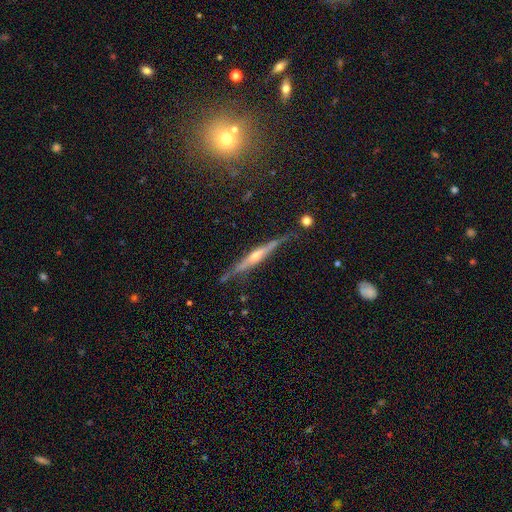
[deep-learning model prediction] Q: Smooth or featured?
A: featured or disk (75%); runner-up: smooth (17%)
Q: Edge-on disk?
A: yes (96%); runner-up: no (4%)
Q: Edge-on bulge?
A: rounded (70%); runner-up: none (19%)
Q: Merging?
A: none (77%); runner-up: minor disturbance (17%)